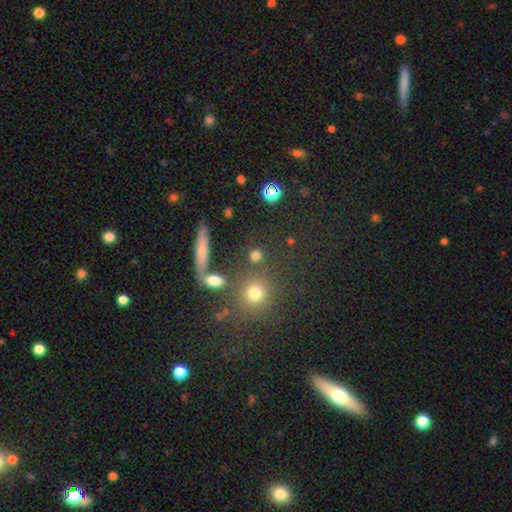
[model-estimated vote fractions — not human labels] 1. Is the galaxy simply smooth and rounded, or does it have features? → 75% smooth, 16% star or artifact, 9% featured or disk.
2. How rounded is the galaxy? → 81% round, 13% in between, 5% cigar-shaped.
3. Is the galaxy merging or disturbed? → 75% none, 11% merger, 9% minor disturbance, 5% major disturbance.